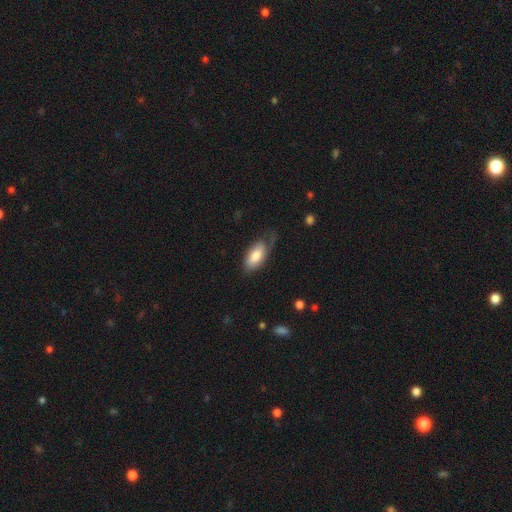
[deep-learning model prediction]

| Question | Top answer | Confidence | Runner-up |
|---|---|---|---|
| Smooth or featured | smooth | 72% | featured or disk (22%) |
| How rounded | in between | 92% | cigar-shaped (6%) |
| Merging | none | 44% | minor disturbance (30%) |